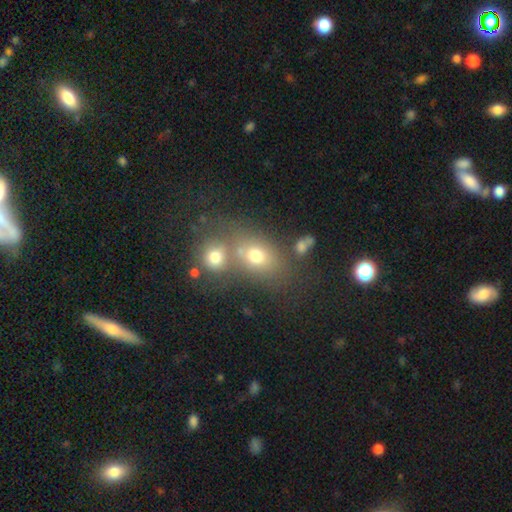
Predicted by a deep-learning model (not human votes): A smooth galaxy with no disk features (67%) that is in between round and cigar-shaped (56%).

Vote fractions:
- Smooth or featured? smooth: 67% / featured or disk: 17% / star or artifact: 16%
- How rounded? in between: 56% / round: 42% / cigar-shaped: 2%
- Merging? merger: 45% / none: 40% / minor disturbance: 10% / major disturbance: 5%